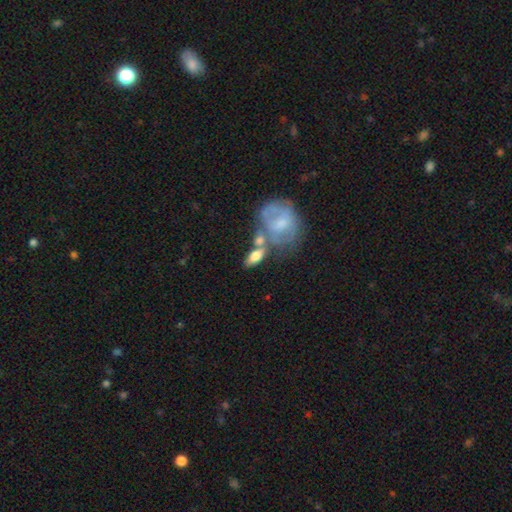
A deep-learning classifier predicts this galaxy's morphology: The model was most divided on "merging": none: 45%, merger: 32%, minor disturbance: 15%, major disturbance: 8%. More confident: how rounded — in between (78%); smooth or featured — smooth (64%).